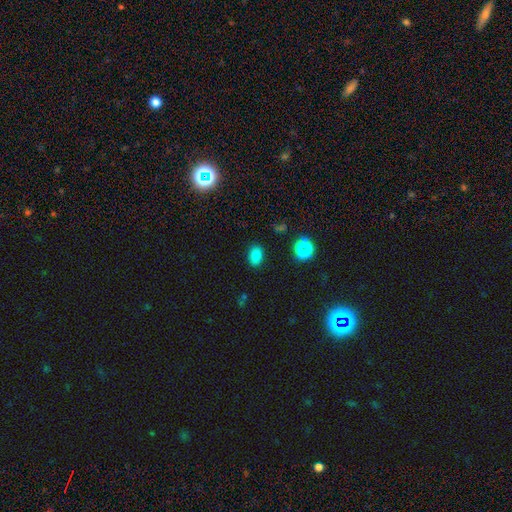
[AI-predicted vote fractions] smooth_or_featured: smooth (p=0.79) [alt: star or artifact p=0.15]
how_rounded: in between (p=0.79) [alt: round p=0.20]
merging: none (p=0.86) [alt: minor disturbance p=0.09]